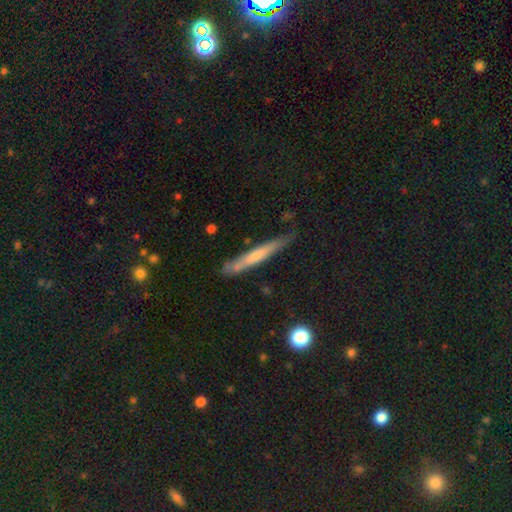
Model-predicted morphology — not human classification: Smooth or featured: smooth — 53% (featured or disk — 40%)
How rounded: cigar-shaped — 95% (in between — 3%)
Merging: none — 75% (minor disturbance — 19%)